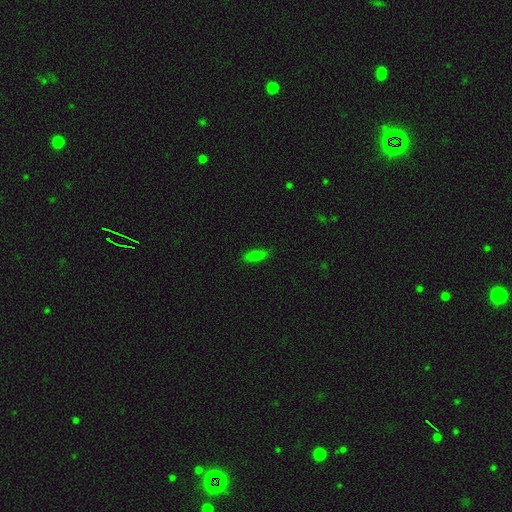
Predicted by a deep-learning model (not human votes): smooth_or_featured: smooth (p=0.76) [alt: star or artifact p=0.12]
how_rounded: in between (p=0.63) [alt: cigar-shaped p=0.34]
merging: none (p=0.84) [alt: minor disturbance p=0.13]